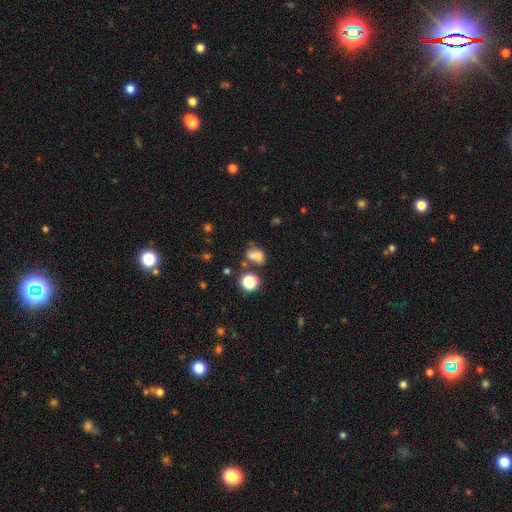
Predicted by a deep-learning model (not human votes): The model was most divided on "merging": none: 37%, merger: 35%, minor disturbance: 16%, major disturbance: 12%. More confident: smooth or featured — smooth (61%); how rounded — in between (56%).